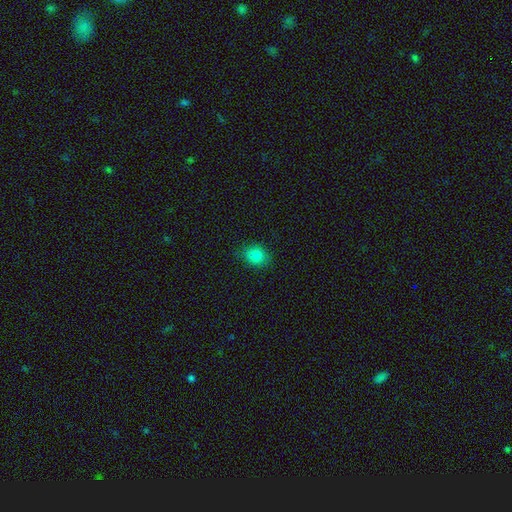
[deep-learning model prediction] This appears to be a smooth galaxy with no disk features (83%) that is round (57%). Merging: none (83%).